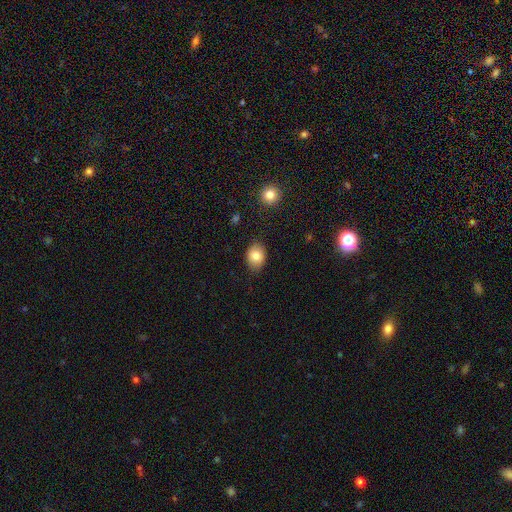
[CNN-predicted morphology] A smooth galaxy with no disk features (84%) that is in between round and cigar-shaped (65%). Merging: none (81%).